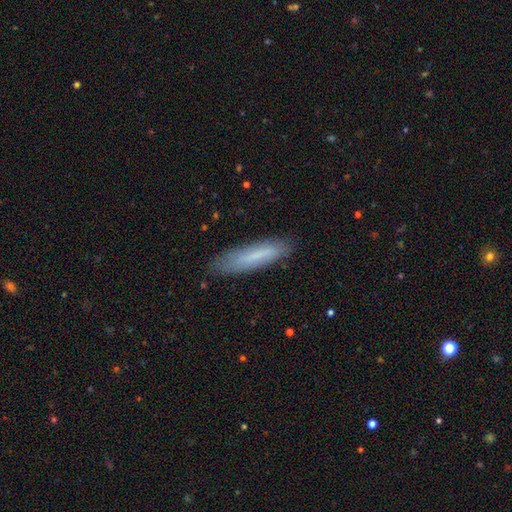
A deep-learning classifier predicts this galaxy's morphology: Smooth or featured?
  - smooth: 68% *
  - featured or disk: 25%
  - star or artifact: 7%
How rounded?
  - cigar-shaped: 80% *
  - in between: 19%
  - round: 1%
Merging?
  - none: 82% *
  - minor disturbance: 14%
  - major disturbance: 3%
  - merger: 1%